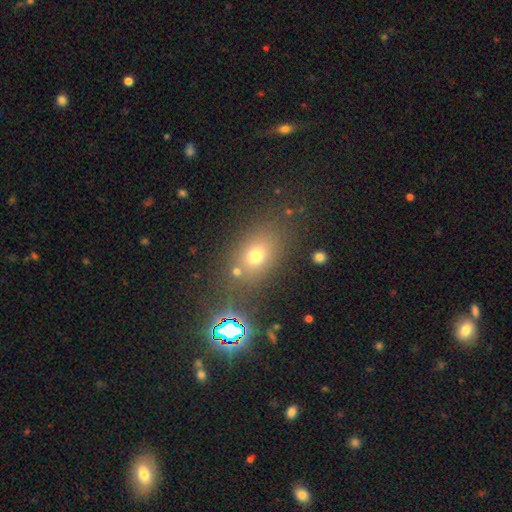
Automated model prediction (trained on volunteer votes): smooth_or_featured: smooth (p=0.66) [alt: star or artifact p=0.21]
how_rounded: in between (p=0.62) [alt: round p=0.35]
merging: none (p=0.72) [alt: minor disturbance p=0.12]